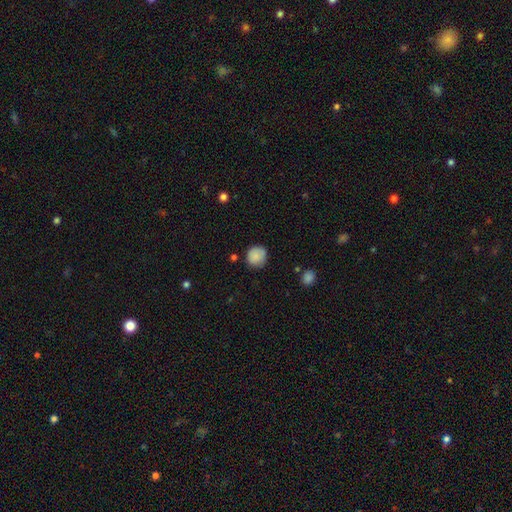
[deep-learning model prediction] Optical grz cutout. It shows a smooth galaxy with no disk features (86%) that is round (90%). Merging: none (79%).